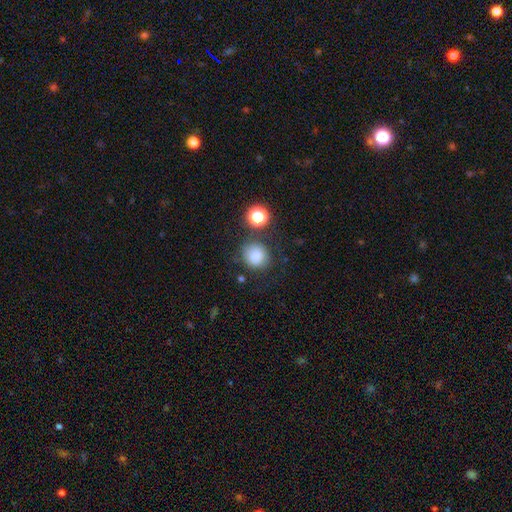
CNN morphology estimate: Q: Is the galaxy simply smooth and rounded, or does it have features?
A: smooth — 82%.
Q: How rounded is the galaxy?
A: round — 84%.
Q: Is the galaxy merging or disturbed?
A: none — 73%.